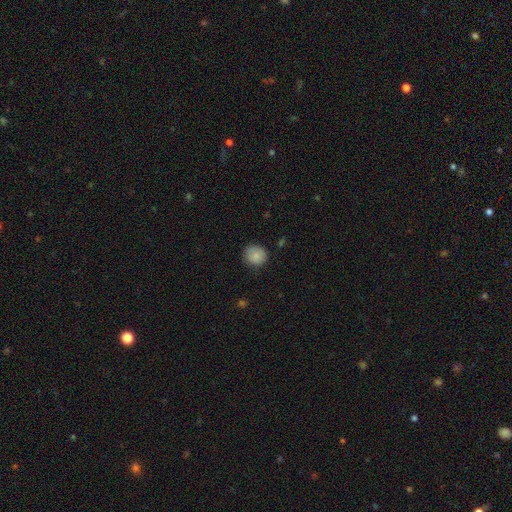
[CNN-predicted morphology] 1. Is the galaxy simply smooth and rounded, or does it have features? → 84% smooth, 8% star or artifact, 8% featured or disk.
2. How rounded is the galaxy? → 84% round, 15% in between, 1% cigar-shaped.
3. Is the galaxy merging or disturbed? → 82% none, 14% minor disturbance, 3% major disturbance, 1% merger.